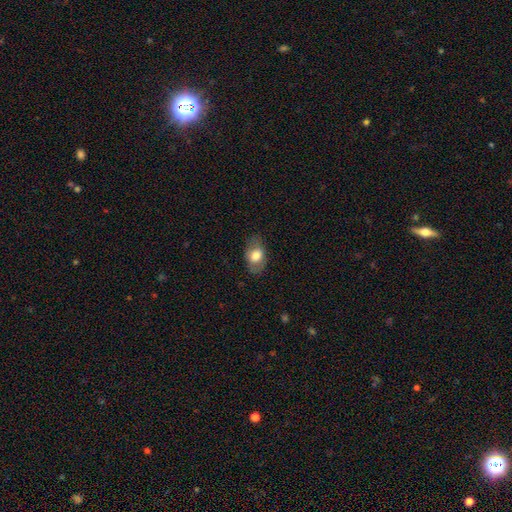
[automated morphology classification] Smooth or featured? Predicted: smooth (p=0.72). How rounded? Predicted: in between (p=0.86). Merging? Predicted: none (p=0.78).